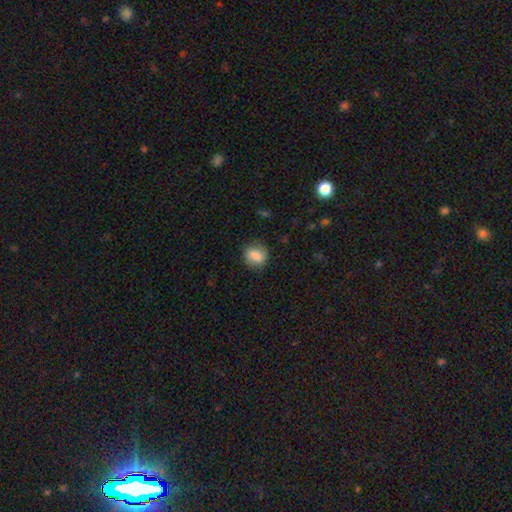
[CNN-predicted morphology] The model was most divided on "how rounded": round: 55%, in between: 43%, cigar-shaped: 2%. More confident: smooth or featured — smooth (84%); merging — none (82%).